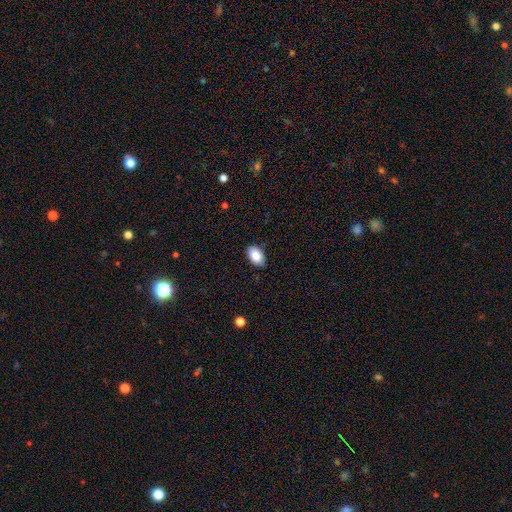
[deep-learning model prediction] Smooth or featured? Predicted: smooth (p=0.86). How rounded? Predicted: in between (p=0.91). Merging? Predicted: none (p=0.85).